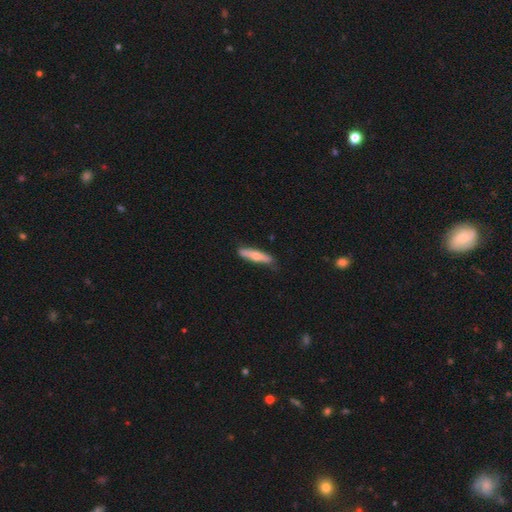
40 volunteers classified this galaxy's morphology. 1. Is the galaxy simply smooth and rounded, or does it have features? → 57% smooth, 38% featured or disk, 5% star or artifact.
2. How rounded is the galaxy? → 57% cigar-shaped, 39% in between, 4% round.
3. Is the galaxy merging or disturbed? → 47% none (tied), 47% minor disturbance (tied), 3% major disturbance, 3% merger.